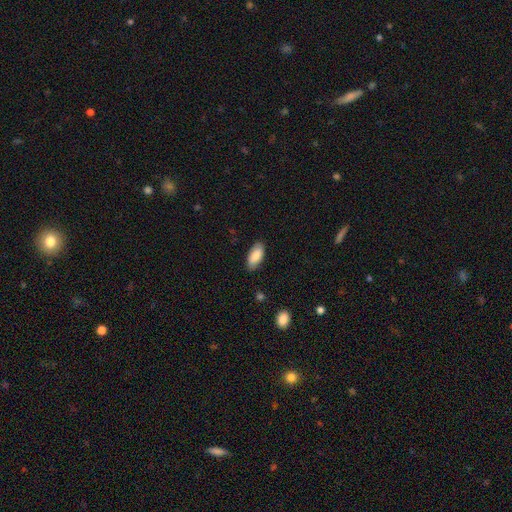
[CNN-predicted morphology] smooth-or-featured: smooth: 85% | featured or disk: 8% | star or artifact: 6%
  how-rounded: in between: 90% | cigar-shaped: 9% | round: 2%
  merging: none: 85% | minor disturbance: 12% | major disturbance: 2% | merger: 1%